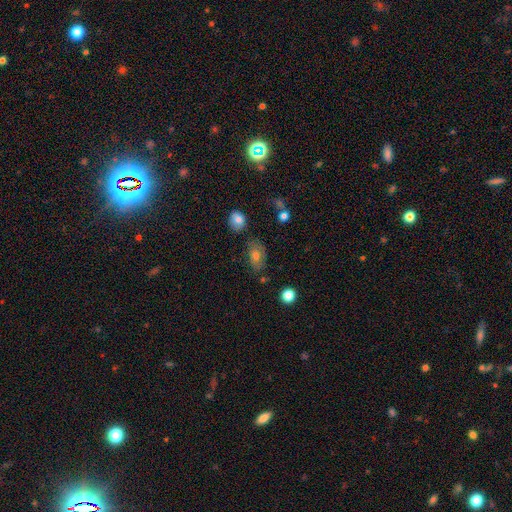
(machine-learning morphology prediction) smooth 71%, featured or disk 18%, star or artifact 11%. Down the decision tree: how rounded — in between (86%); merging — none (70%).